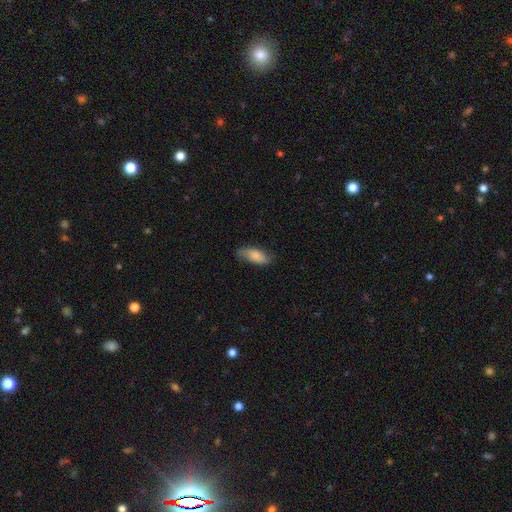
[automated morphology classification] Smooth or featured? smooth (73%)
How rounded? in between (82%)
Merging? none (70%)